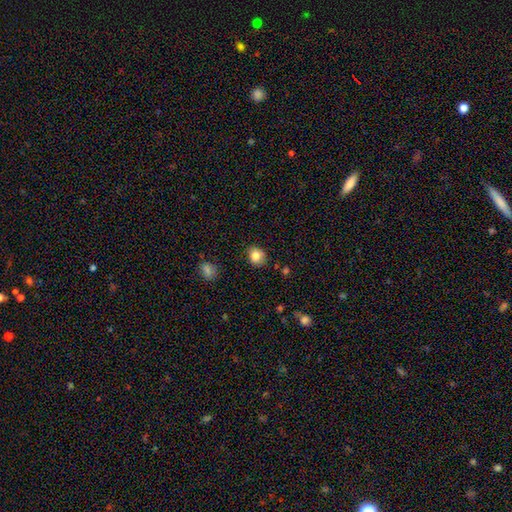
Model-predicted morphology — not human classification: This is clearly a smooth galaxy (83%). How rounded: likely round (65%). Merging: clearly none (80%).